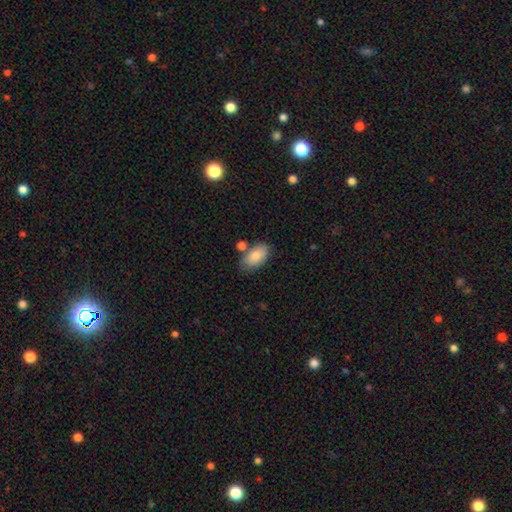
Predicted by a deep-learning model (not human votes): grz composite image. It shows a smooth galaxy with no disk features (83%) that is in between round and cigar-shaped (94%). Merging: none (69%).